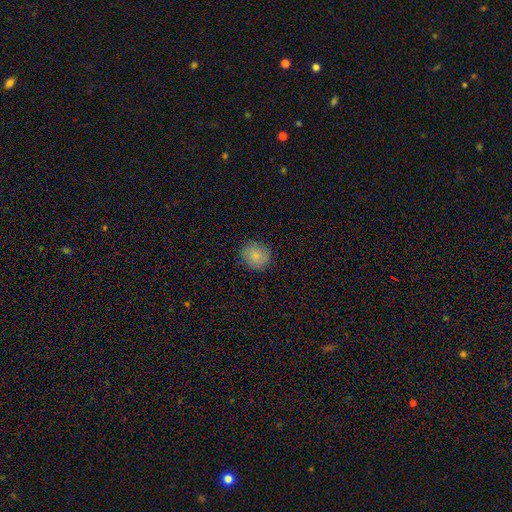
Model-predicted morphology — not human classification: A smooth galaxy with no disk features (85%) that is round (84%). Merging: none (86%).